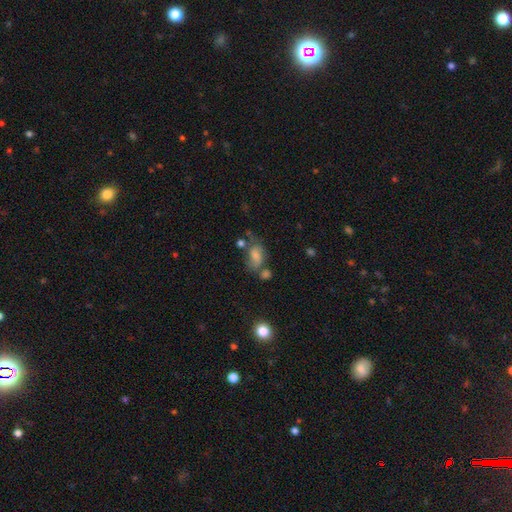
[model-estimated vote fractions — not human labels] Smooth or featured? Predicted: smooth (p=0.59). How rounded? Predicted: in between (p=0.81). Merging? Predicted: none (p=0.39).